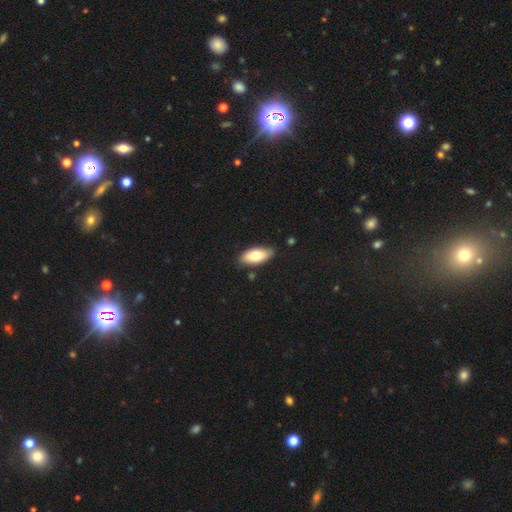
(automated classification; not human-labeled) Q: Smooth or featured?
A: smooth (75%); runner-up: featured or disk (19%)
Q: How rounded?
A: in between (88%); runner-up: cigar-shaped (10%)
Q: Merging?
A: none (82%); runner-up: minor disturbance (13%)